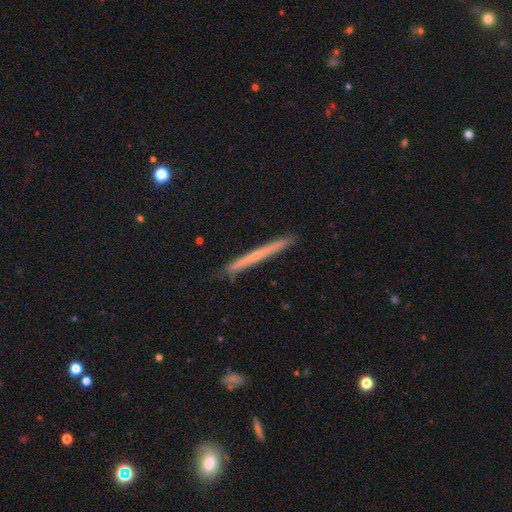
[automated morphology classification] smooth-or-featured: smooth: 49% | featured or disk: 44% | star or artifact: 7%
  merging: none: 90% | minor disturbance: 7% | major disturbance: 1% | merger: 1%